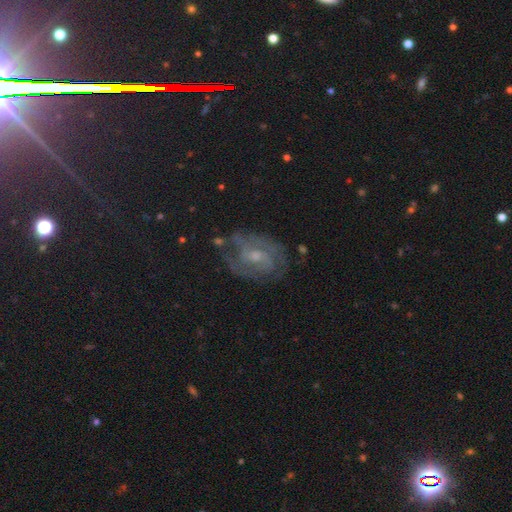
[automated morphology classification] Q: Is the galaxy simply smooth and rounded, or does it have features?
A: featured or disk — 75%.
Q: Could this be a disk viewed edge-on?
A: no — 97%.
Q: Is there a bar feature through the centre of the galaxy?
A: no — 49%.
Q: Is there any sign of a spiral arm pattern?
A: yes — 86%.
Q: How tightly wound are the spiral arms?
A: tight — 43%, tied with medium.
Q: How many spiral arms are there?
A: can't tell — 36%.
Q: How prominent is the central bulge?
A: small — 53%.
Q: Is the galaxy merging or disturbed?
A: none — 65%.